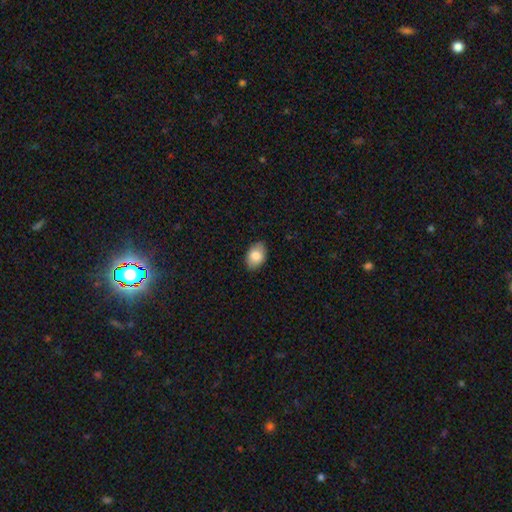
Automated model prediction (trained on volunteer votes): This is clearly a smooth galaxy (84%). How rounded: clearly in between (85%). Merging: clearly none (84%).